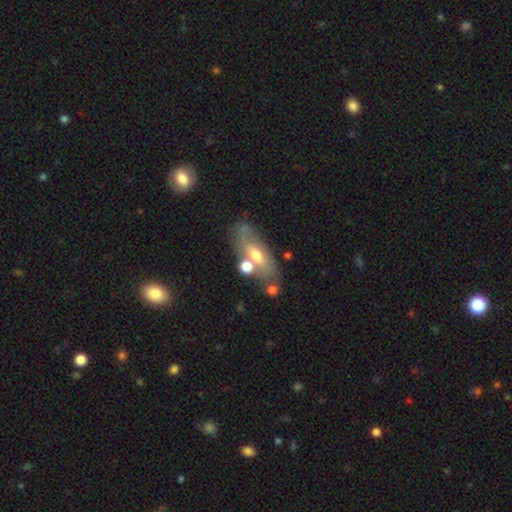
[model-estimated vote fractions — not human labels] featured or disk 47%, smooth 44%, star or artifact 9%. Down the decision tree: merging — none (62%).